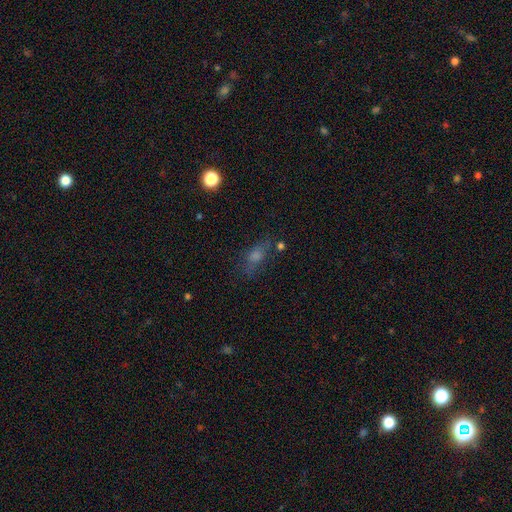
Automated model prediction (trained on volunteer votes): smooth 48%, star or artifact 27%, featured or disk 25%. Down the decision tree: merging — none (66%).